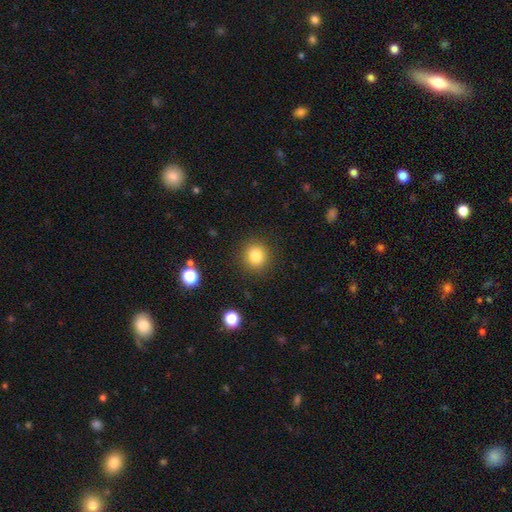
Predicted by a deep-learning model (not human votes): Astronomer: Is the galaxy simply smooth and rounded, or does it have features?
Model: smooth — 82%.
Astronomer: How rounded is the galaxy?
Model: round — 89%.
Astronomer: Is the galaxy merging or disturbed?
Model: none — 90%.